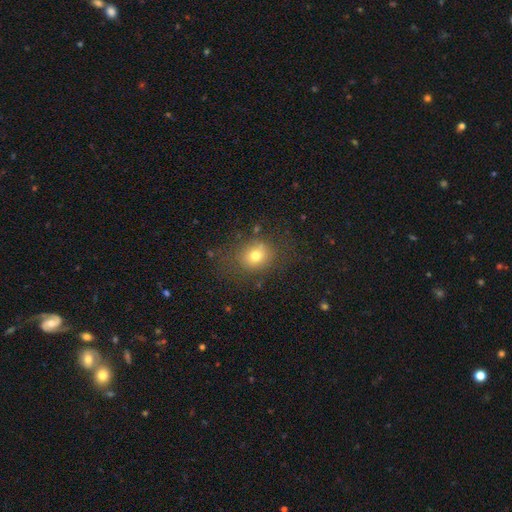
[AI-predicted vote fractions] Q: Smooth or featured?
A: smooth (73%); runner-up: star or artifact (15%)
Q: How rounded?
A: round (66%); runner-up: in between (33%)
Q: Merging?
A: none (75%); runner-up: minor disturbance (15%)